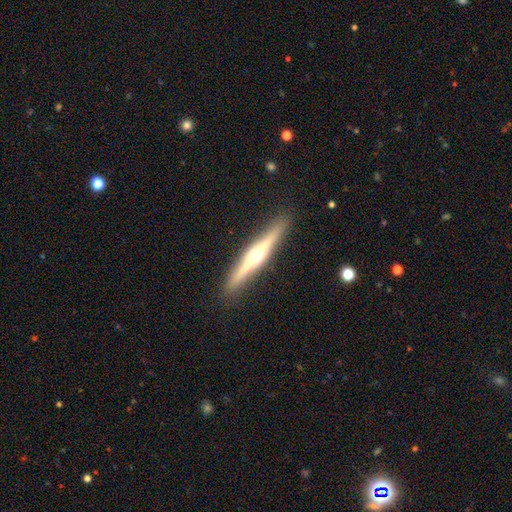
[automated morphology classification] Overall: featured or disk (73%). Edge-on disk: yes (97%). Edge-on bulge: rounded (90%). Merging: none (91%).